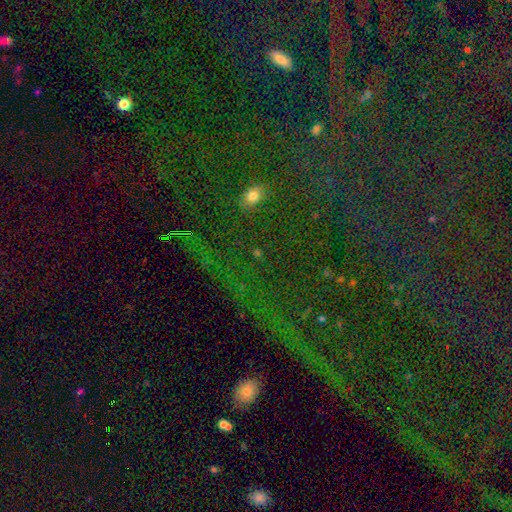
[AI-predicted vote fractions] This appears to be a star or artifact, not a galaxy (70%).